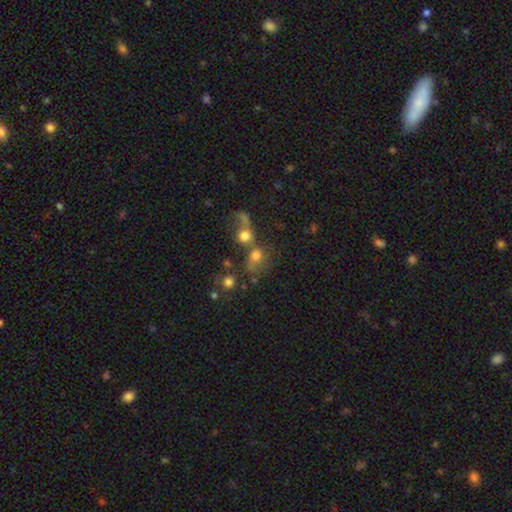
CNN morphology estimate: Q: Smooth or featured?
A: smooth (65%); runner-up: star or artifact (19%)
Q: How rounded?
A: round (69%); runner-up: in between (29%)
Q: Merging?
A: merger (50%); runner-up: none (29%)